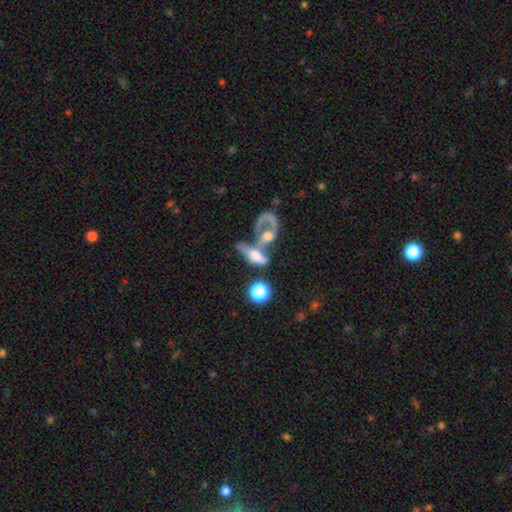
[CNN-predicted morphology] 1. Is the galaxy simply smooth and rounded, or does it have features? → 52% featured or disk, 37% smooth, 11% star or artifact.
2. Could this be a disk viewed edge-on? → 78% no, 22% yes.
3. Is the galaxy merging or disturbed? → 64% merger, 15% major disturbance, 14% none, 7% minor disturbance.